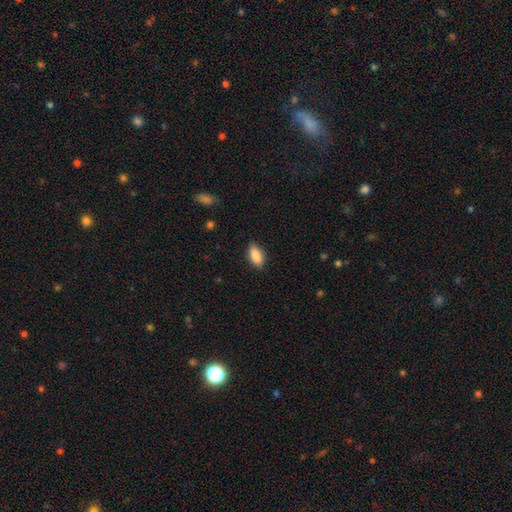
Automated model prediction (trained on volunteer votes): This is clearly a smooth galaxy (88%). How rounded: clearly in between (89%). Merging: clearly none (85%).